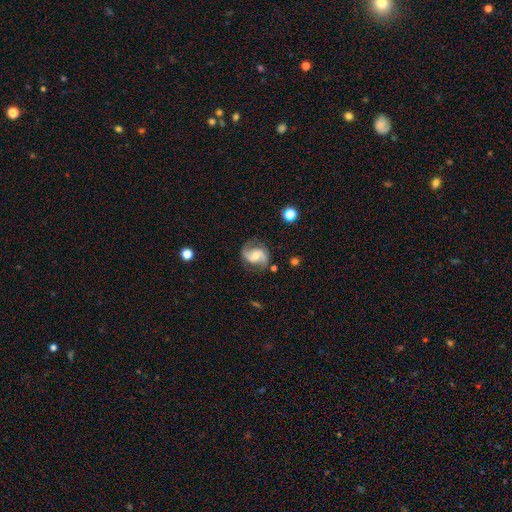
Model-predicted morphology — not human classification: Smooth or featured? featured or disk (85%)
Edge-on disk? no (98%)
Bar? no (44%)
Spiral arms? yes (97%)
Spiral winding? medium (46%)
Spiral arm count? 2 (92%)
Bulge size? moderate (54%)
Merging? none (78%)